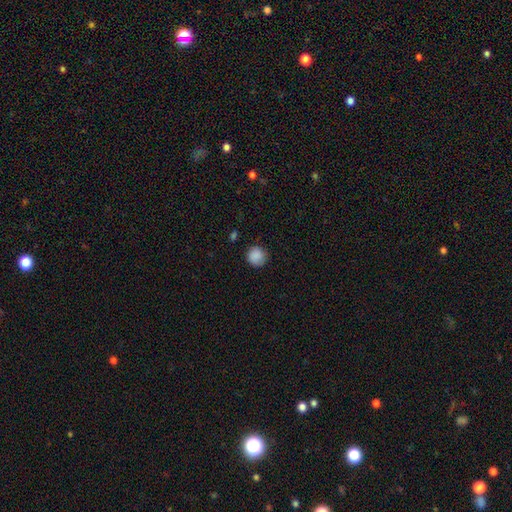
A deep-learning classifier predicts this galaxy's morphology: smooth_or_featured: smooth (p=0.88) [alt: star or artifact p=0.09]
how_rounded: round (p=0.93) [alt: in between p=0.06]
merging: none (p=0.85) [alt: minor disturbance p=0.11]